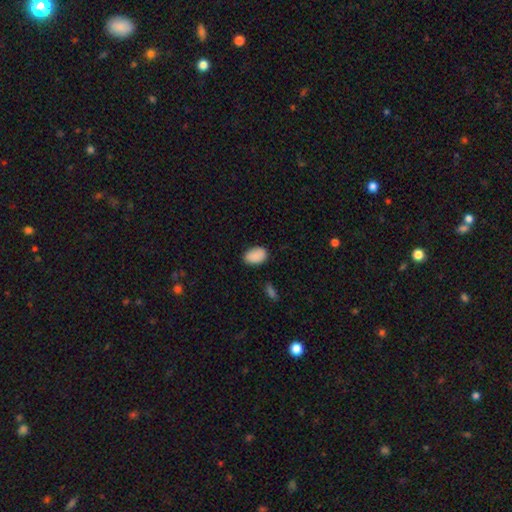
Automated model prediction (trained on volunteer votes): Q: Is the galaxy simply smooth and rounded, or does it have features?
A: smooth — 90%.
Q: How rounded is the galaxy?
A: in between — 89%.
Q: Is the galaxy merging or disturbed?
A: none — 83%.